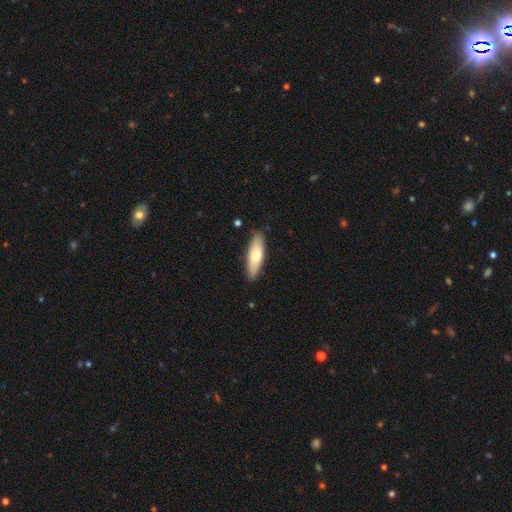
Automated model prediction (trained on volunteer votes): This appears to be a smooth galaxy with no disk features (67%) that is cigar-shaped (53%). Merging: none (86%).